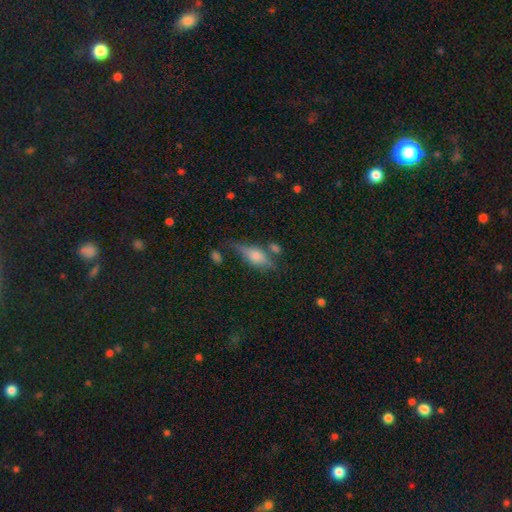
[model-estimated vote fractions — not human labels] Smooth or featured?
  - smooth: 45% * (tied)
  - featured or disk: 45% * (tied)
  - star or artifact: 11%
Merging?
  - none: 63% *
  - minor disturbance: 21%
  - merger: 8%
  - major disturbance: 8%